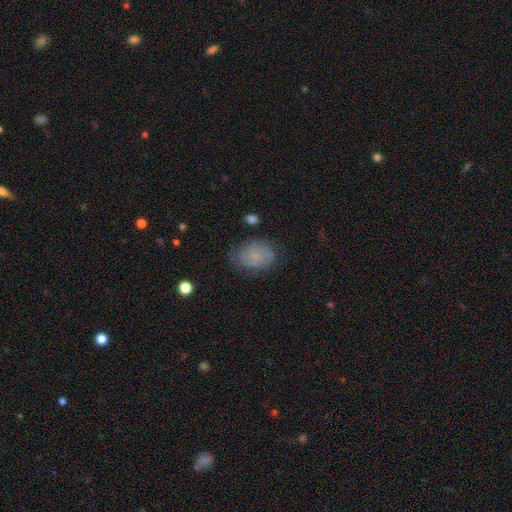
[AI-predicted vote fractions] A smooth galaxy with no disk features (53%) that is in between round and cigar-shaped (77%).

Vote fractions:
- Smooth or featured? smooth: 53% / featured or disk: 36% / star or artifact: 11%
- How rounded? in between: 77% / round: 22% / cigar-shaped: 1%
- Merging? none: 70% / minor disturbance: 21% / major disturbance: 7% / merger: 2%